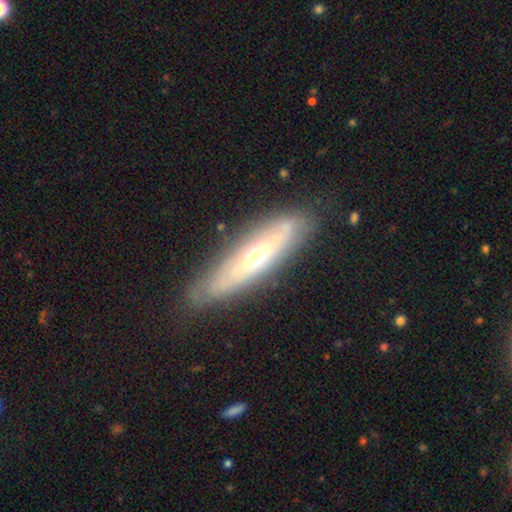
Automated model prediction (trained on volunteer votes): Overall: featured or disk (67%; smooth 27%). Edge-on disk: no (51%; yes 49%). Merging: none (78%).